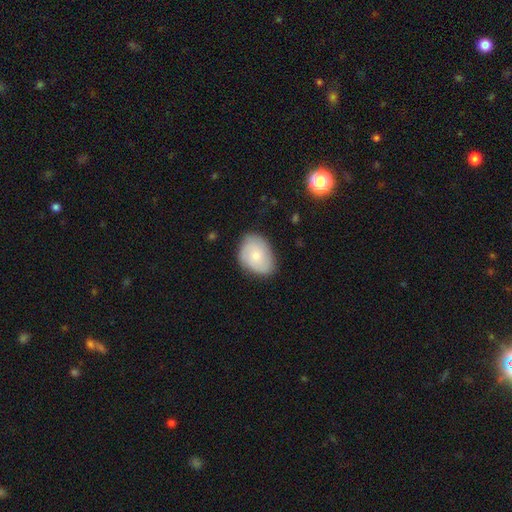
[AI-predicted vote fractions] Morphology: type=smooth (61%); roundness=in between (73%); merging=none (72%).